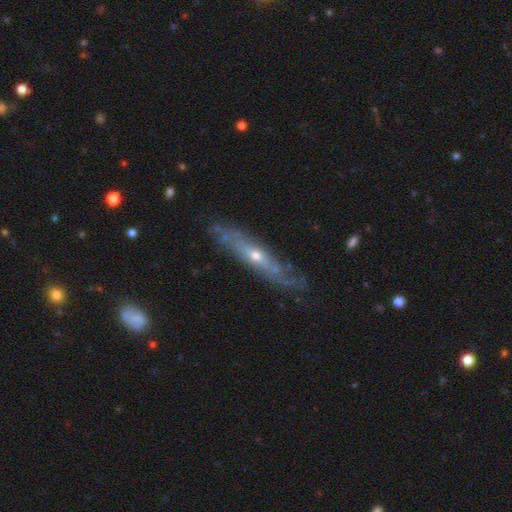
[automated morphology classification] smooth_or_featured: featured or disk (p=0.72) [alt: smooth p=0.23]
disk_edge_on: yes (p=0.51) [alt: no p=0.49]
merging: none (p=0.69) [alt: minor disturbance p=0.21]